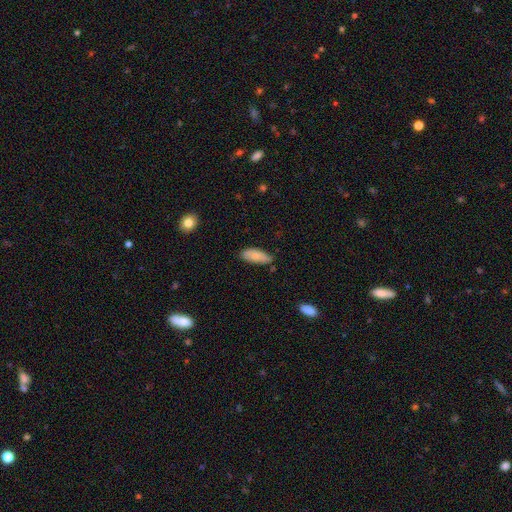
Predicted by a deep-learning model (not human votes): Smooth or featured? Predicted: smooth (p=0.84). How rounded? Predicted: in between (p=0.80). Merging? Predicted: none (p=0.71).